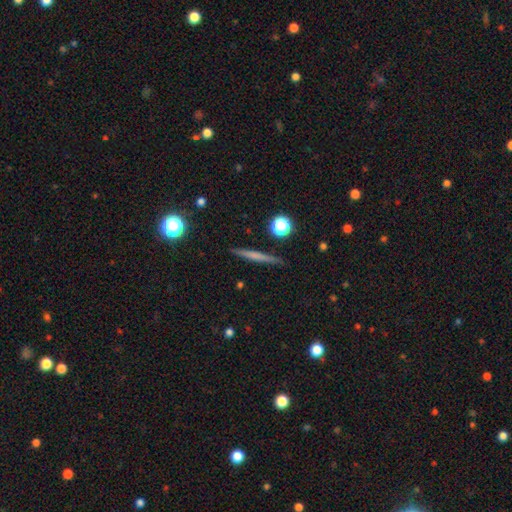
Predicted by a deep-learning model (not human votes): Morphology: type=smooth (47%); merging=none (89%).